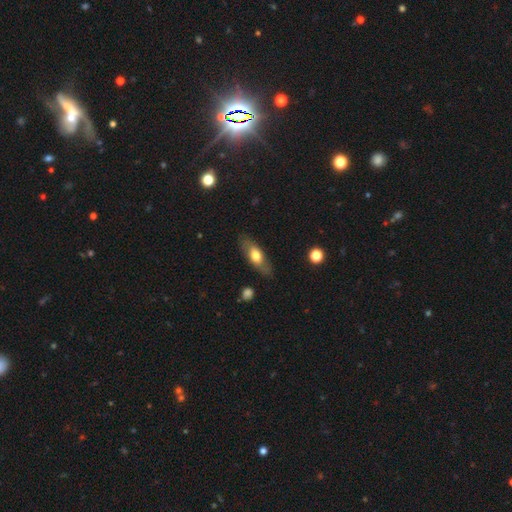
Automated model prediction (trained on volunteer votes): Smooth or featured? Predicted: smooth (p=0.60). How rounded? Predicted: in between (p=0.71). Merging? Predicted: none (p=0.82).